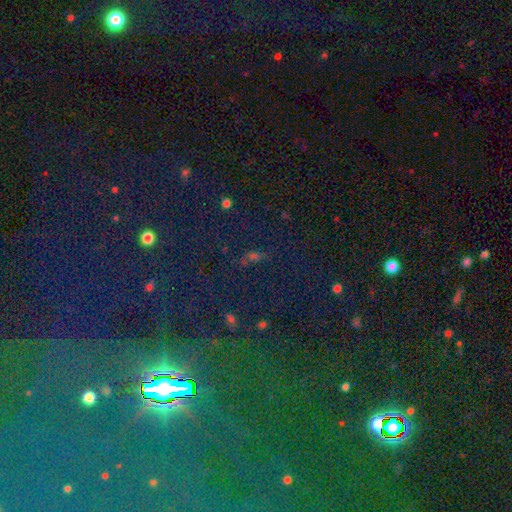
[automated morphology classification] A star or artifact, not a galaxy (69%).